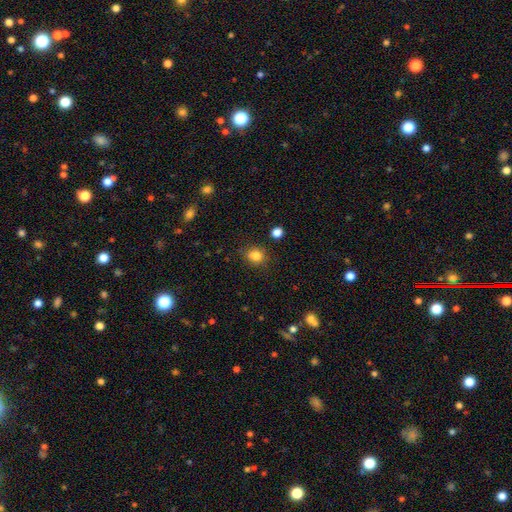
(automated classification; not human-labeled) Smooth or featured: smooth — 83% (star or artifact — 12%)
How rounded: round — 67% (in between — 32%)
Merging: none — 81% (minor disturbance — 13%)